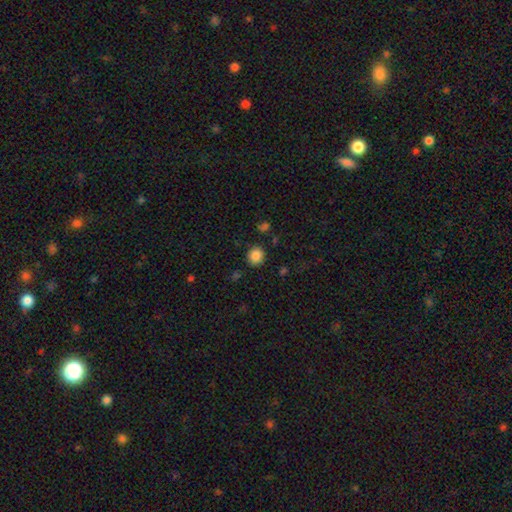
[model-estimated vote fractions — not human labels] smooth-or-featured: smooth: 85% | star or artifact: 10% | featured or disk: 5%
  how-rounded: round: 86% | in between: 13% | cigar-shaped: 1%
  merging: none: 88% | minor disturbance: 8% | major disturbance: 2% | merger: 2%